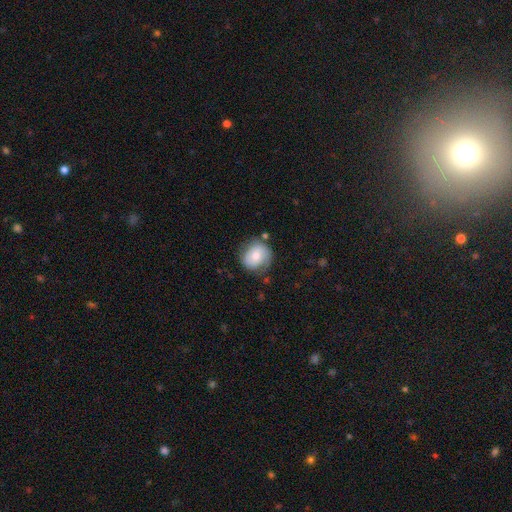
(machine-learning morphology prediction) Smooth or featured? smooth (56%)
How rounded? round (75%)
Merging? none (68%)